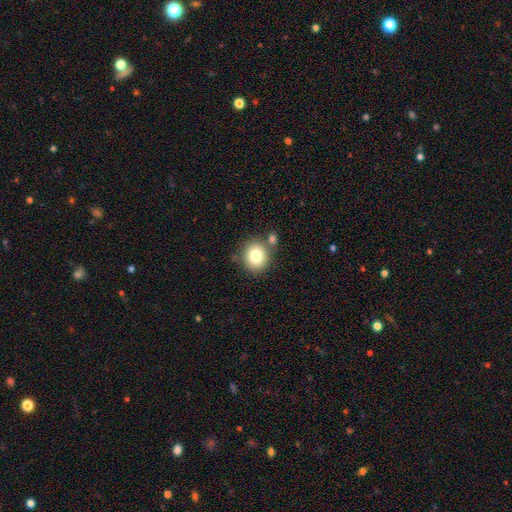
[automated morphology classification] This is likely a smooth galaxy (80%). How rounded: likely round (77%). Merging: likely none (72%).